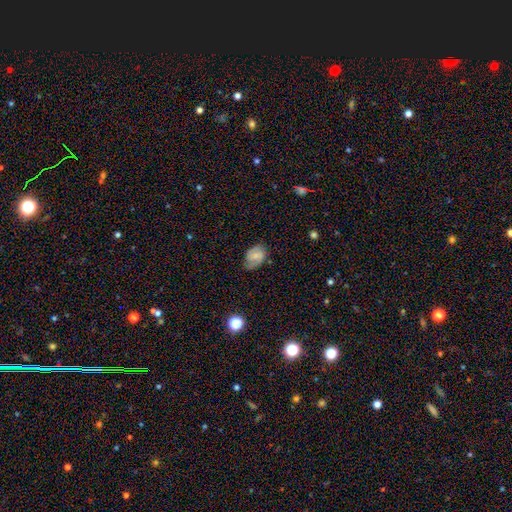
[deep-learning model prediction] Overall: smooth (59%; featured or disk 32%). How rounded: in between (76%). Merging: none (62%; minor disturbance 29%).